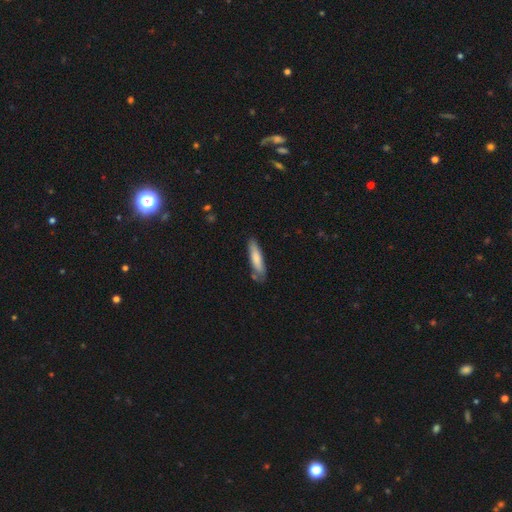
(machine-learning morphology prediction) This is likely a smooth galaxy (70%). How rounded: likely cigar-shaped (79%). Merging: likely none (76%).